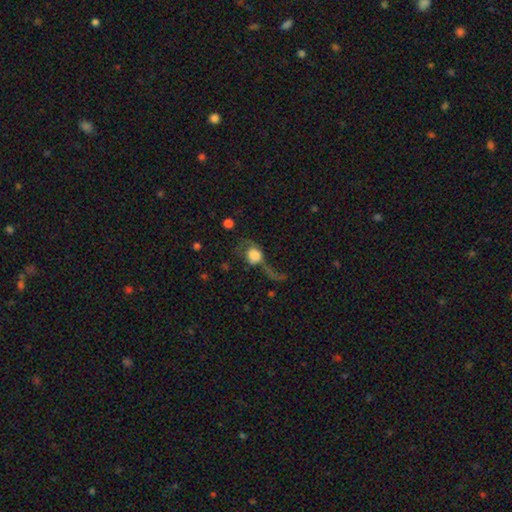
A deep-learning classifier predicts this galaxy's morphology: Smooth or featured? smooth (50%)
Merging? major disturbance (57%)